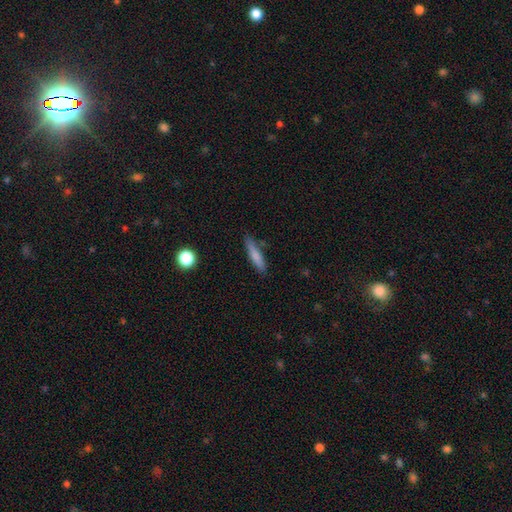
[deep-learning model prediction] Q: Smooth or featured?
A: smooth (75%); runner-up: featured or disk (18%)
Q: How rounded?
A: cigar-shaped (85%); runner-up: in between (14%)
Q: Merging?
A: none (80%); runner-up: minor disturbance (15%)